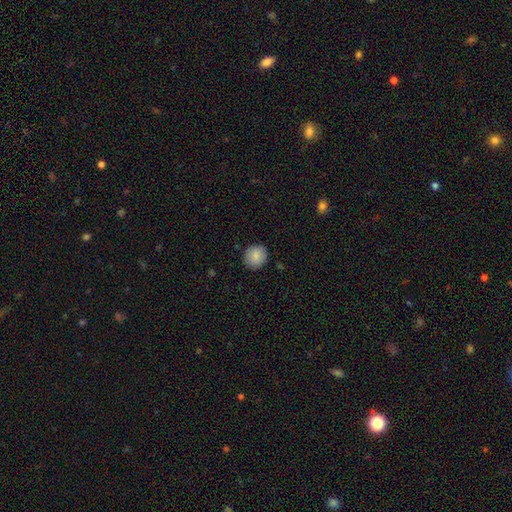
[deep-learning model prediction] Overall: smooth (86%). How rounded: round (87%). Merging: none (89%).